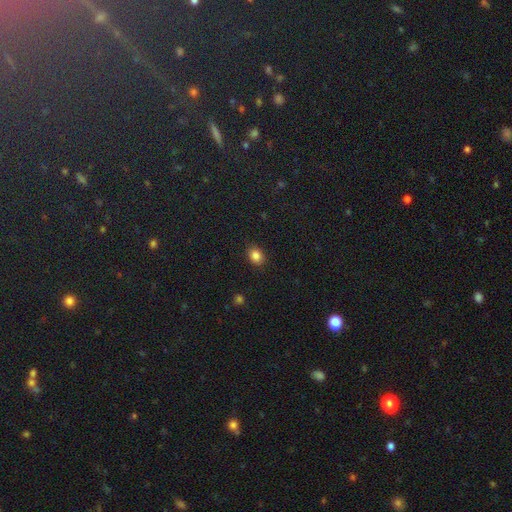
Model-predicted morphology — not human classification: smooth-or-featured: smooth: 84% | star or artifact: 11% | featured or disk: 5%
  how-rounded: in between: 50% | round: 49% | cigar-shaped: 1%
  merging: none: 87% | minor disturbance: 10% | major disturbance: 2% | merger: 1%